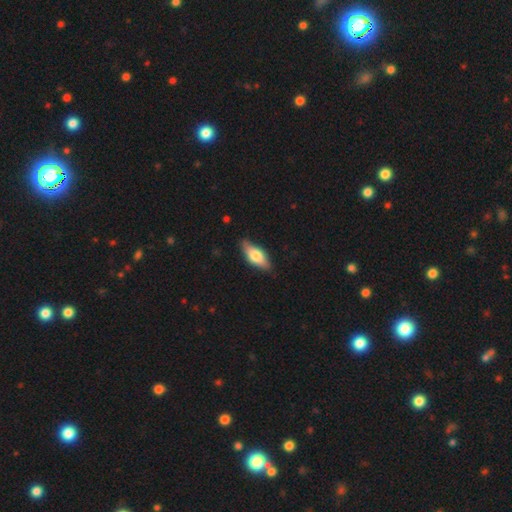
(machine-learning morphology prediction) Smooth or featured? smooth (68%)
How rounded? in between (77%)
Merging? none (81%)